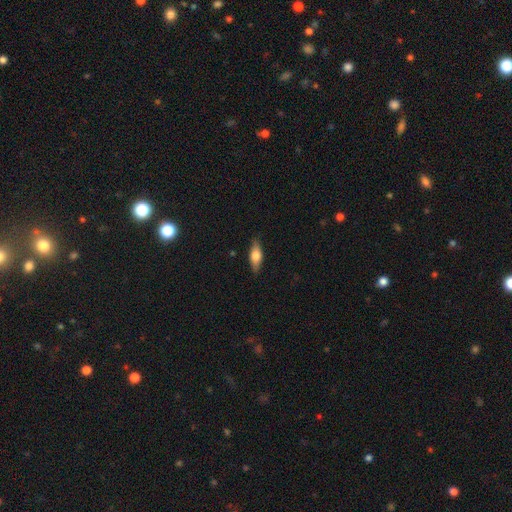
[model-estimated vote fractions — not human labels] Morphology: type=smooth (63%); roundness=in between (69%); merging=none (86%).